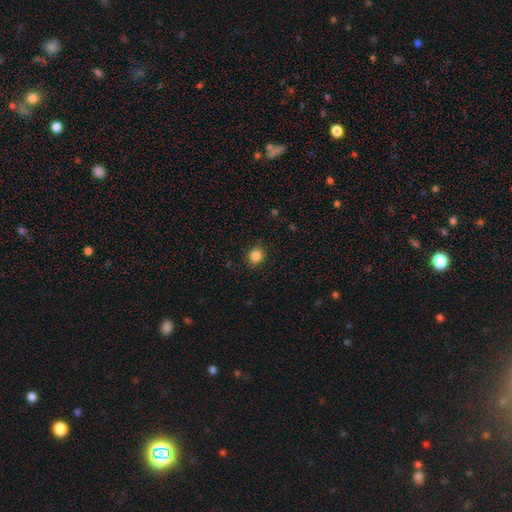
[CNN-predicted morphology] smooth-or-featured: smooth: 85% | star or artifact: 11% | featured or disk: 4%
  how-rounded: round: 79% | in between: 20% | cigar-shaped: 1%
  merging: none: 90% | minor disturbance: 7% | major disturbance: 2% | merger: 1%